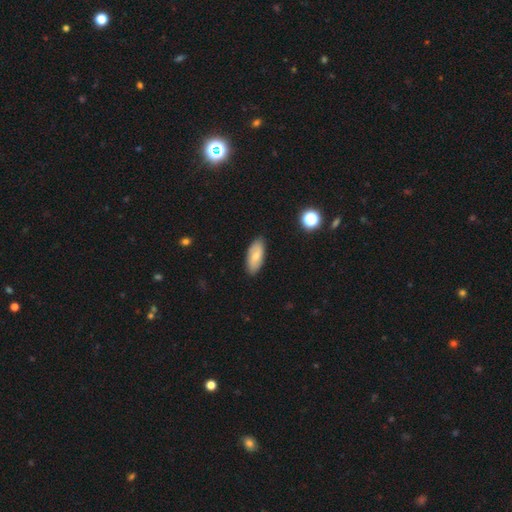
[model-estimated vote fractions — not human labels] Smooth or featured? Predicted: smooth (p=0.67). How rounded? Predicted: in between (p=0.86). Merging? Predicted: none (p=0.86).